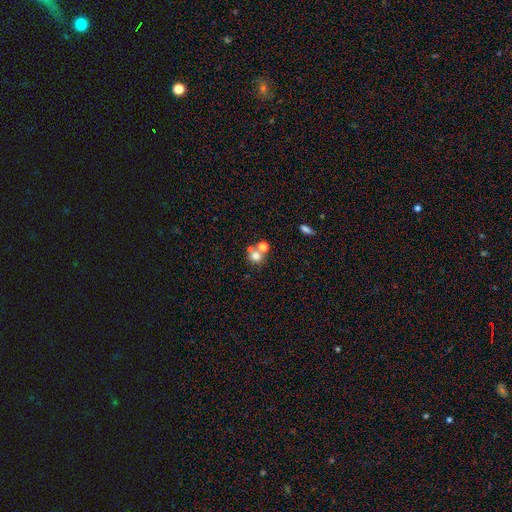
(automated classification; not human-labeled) Smooth or featured: smooth — 72% (featured or disk — 14%)
How rounded: round — 85% (in between — 14%)
Merging: none — 47% (merger — 42%)